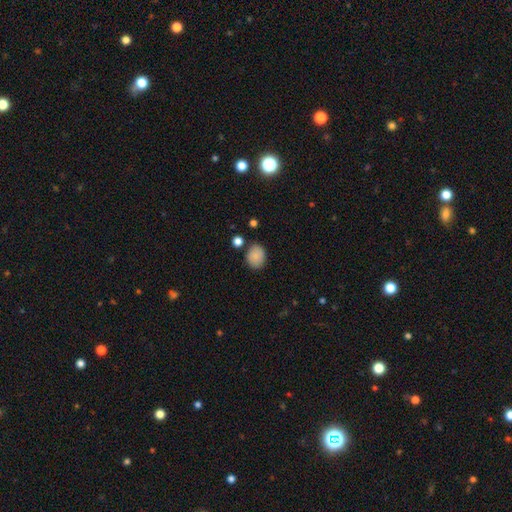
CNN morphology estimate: smooth-or-featured: smooth: 86% | star or artifact: 9% | featured or disk: 5%
  how-rounded: round: 53% | in between: 46% | cigar-shaped: 1%
  merging: none: 78% | minor disturbance: 13% | merger: 5% | major disturbance: 3%